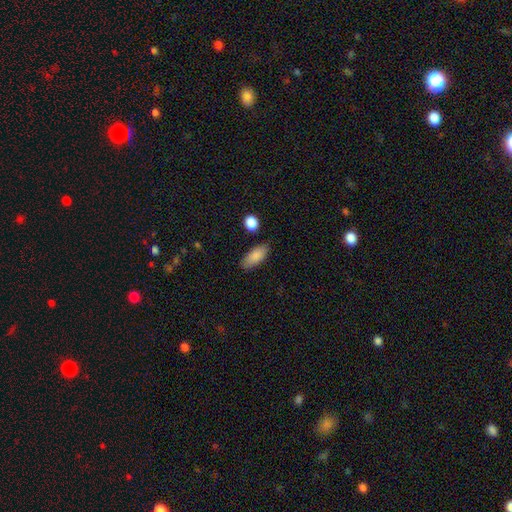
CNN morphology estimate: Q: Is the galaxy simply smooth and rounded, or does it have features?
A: smooth — 86%.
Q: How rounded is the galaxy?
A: in between — 83%.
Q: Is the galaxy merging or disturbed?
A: none — 81%.